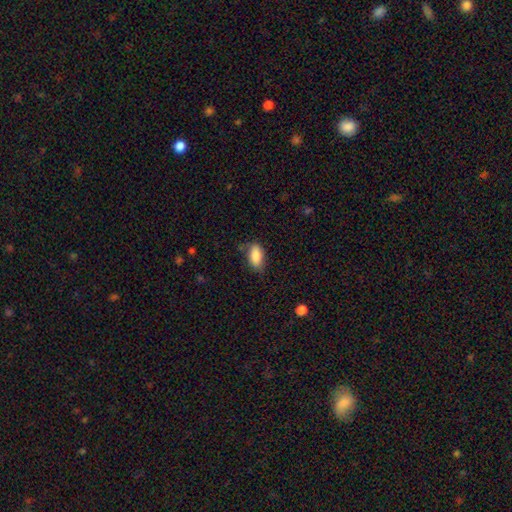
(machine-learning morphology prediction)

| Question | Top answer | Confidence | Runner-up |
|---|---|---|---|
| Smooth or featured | smooth | 86% | star or artifact (7%) |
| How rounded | in between | 91% | cigar-shaped (6%) |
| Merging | none | 69% | minor disturbance (24%) |